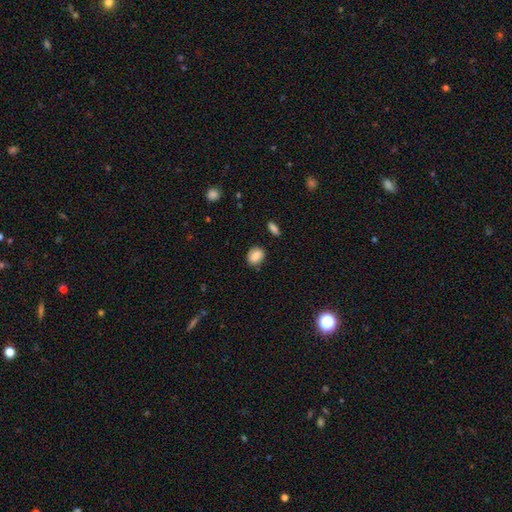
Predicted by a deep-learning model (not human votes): The model was most divided on "how rounded": in between: 52%, round: 47%, cigar-shaped: 1%. More confident: smooth or featured — smooth (83%); merging — none (83%).